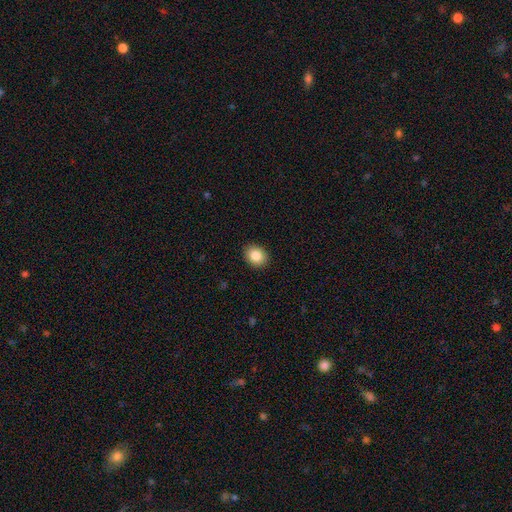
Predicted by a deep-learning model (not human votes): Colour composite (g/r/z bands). It shows a smooth galaxy with no disk features (86%) that is round (50%). Merging: none (90%).